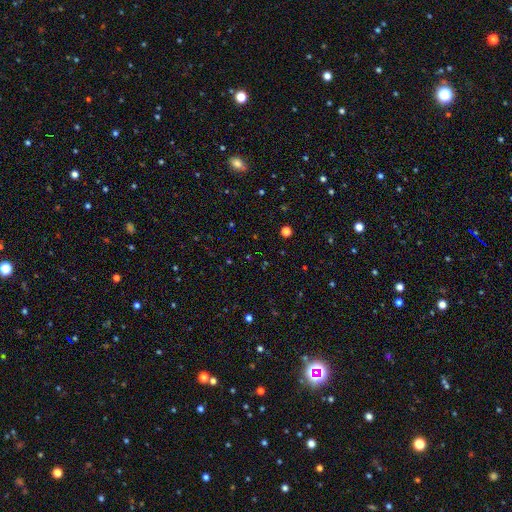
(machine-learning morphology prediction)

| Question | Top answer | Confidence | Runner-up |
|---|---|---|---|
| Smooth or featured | star or artifact | 61% | smooth (32%) |